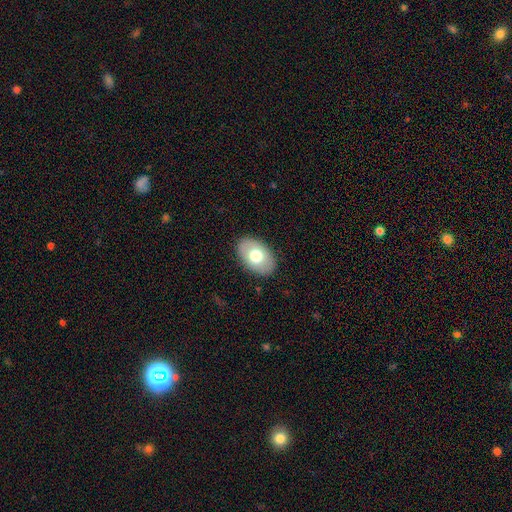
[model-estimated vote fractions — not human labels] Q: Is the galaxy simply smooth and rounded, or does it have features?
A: smooth — 70%.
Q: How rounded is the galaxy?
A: in between — 89%.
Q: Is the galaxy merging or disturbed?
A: none — 88%.